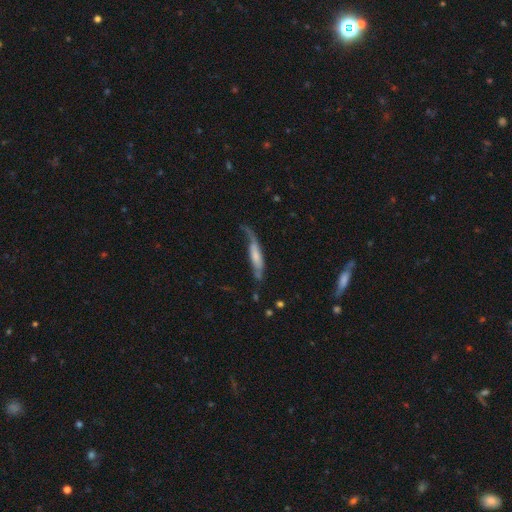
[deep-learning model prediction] featured or disk 51%, smooth 43%, star or artifact 6%. Down the decision tree: edge-on disk — yes (52%); merging — none (34%).